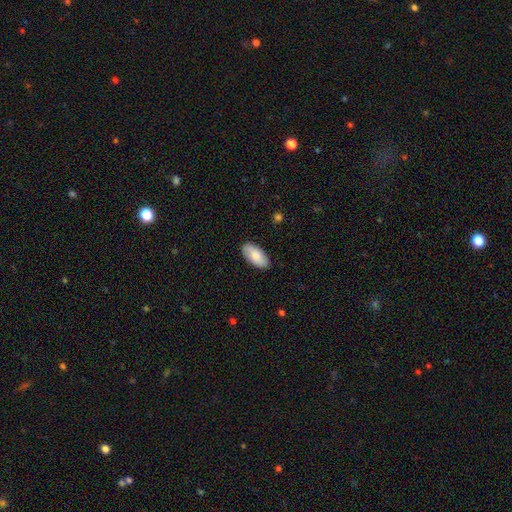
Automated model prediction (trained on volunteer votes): Morphology: type=smooth (77%); roundness=in between (94%); merging=none (87%).